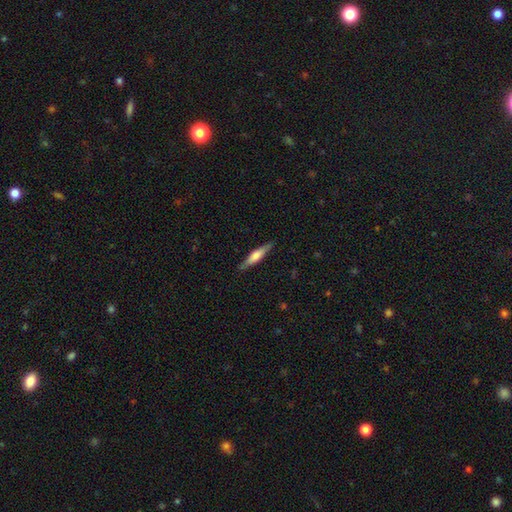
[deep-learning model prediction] Morphology: type=featured or disk (49%); merging=none (87%).